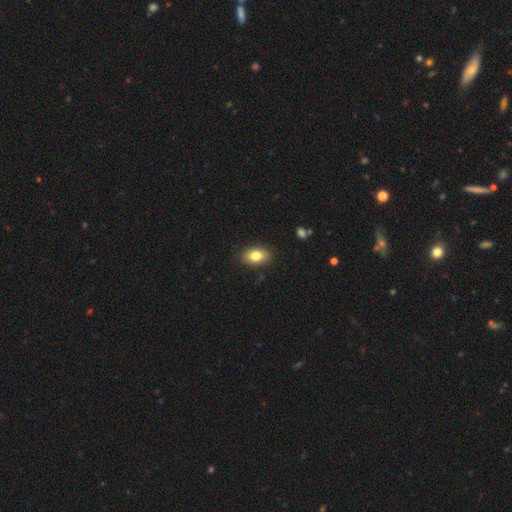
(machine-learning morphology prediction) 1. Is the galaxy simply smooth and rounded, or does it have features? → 82% smooth, 10% featured or disk, 8% star or artifact.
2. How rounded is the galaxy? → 88% in between, 10% round, 2% cigar-shaped.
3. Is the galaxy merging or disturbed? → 87% none, 10% minor disturbance, 2% major disturbance, 1% merger.